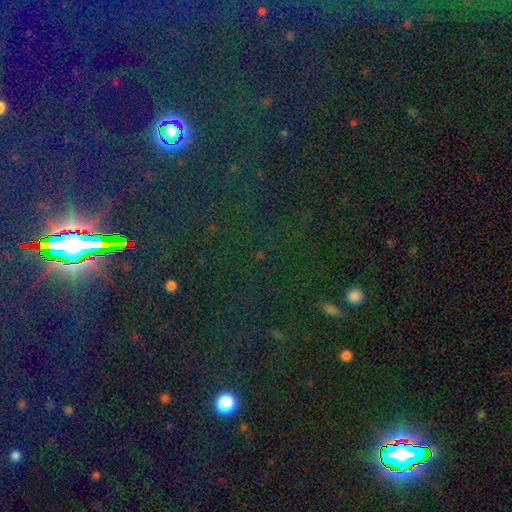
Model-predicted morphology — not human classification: Smooth or featured? Predicted: star or artifact (p=0.83).